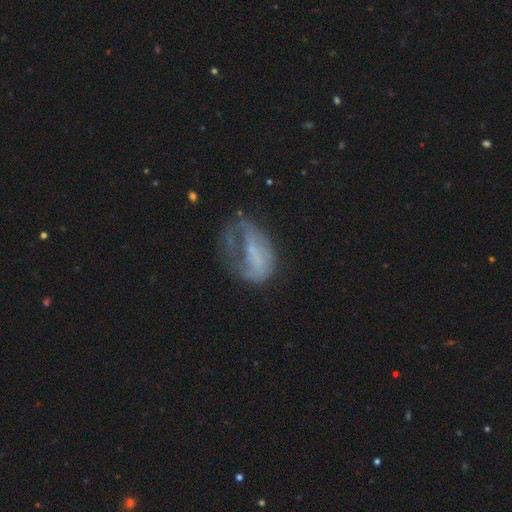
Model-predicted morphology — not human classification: Smooth or featured?
  - featured or disk: 55% *
  - smooth: 34%
  - star or artifact: 12%
Edge-on disk?
  - no: 95% *
  - yes: 5%
Bar?
  - no: 56% *
  - weak: 26%
  - strong: 17%
Spiral arms?
  - no: 63% *
  - yes: 37%
Bulge size?
  - none: 49% *
  - small: 39%
  - moderate: 9%
  - large: 2%
  - dominant: 1%
Merging?
  - major disturbance: 43% *
  - none: 30%
  - minor disturbance: 23%
  - merger: 3%